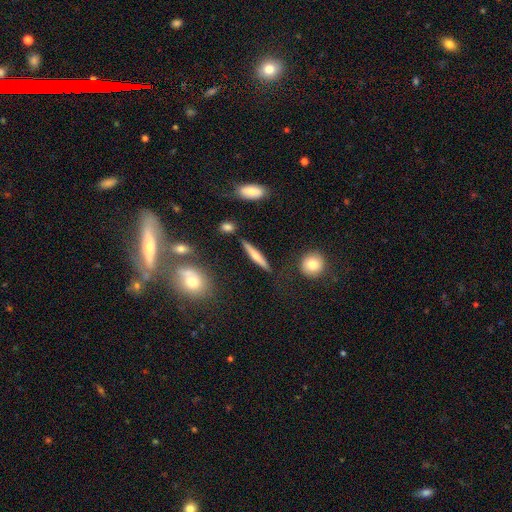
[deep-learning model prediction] Q: Smooth or featured?
A: smooth (48%); runner-up: featured or disk (45%)
Q: Merging?
A: none (84%); runner-up: minor disturbance (10%)